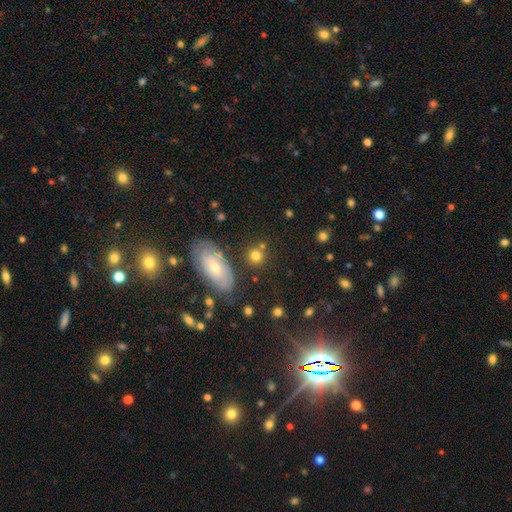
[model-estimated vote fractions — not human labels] Smooth or featured? smooth (77%)
How rounded? round (84%)
Merging? none (76%)